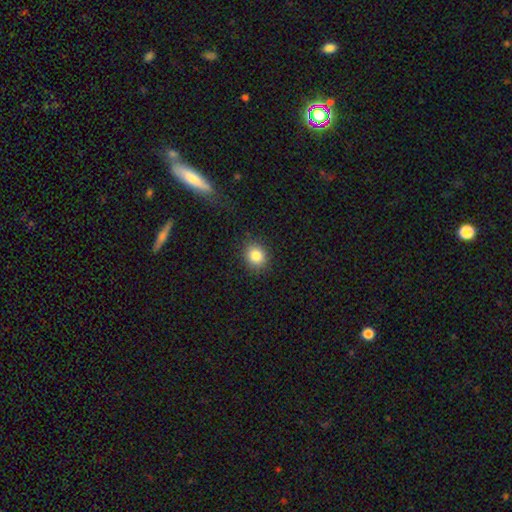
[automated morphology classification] A smooth galaxy with no disk features (84%) that is round (74%). Merging: none (88%).